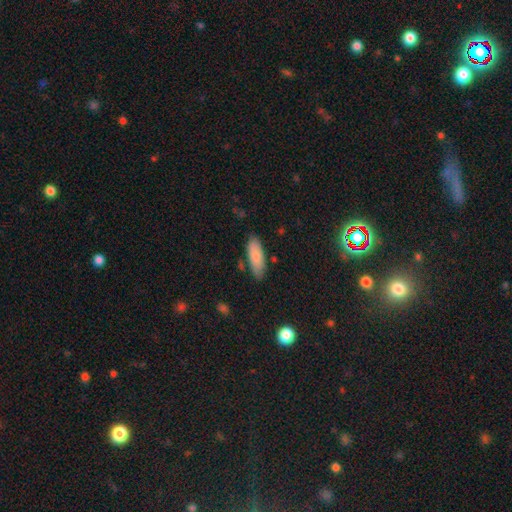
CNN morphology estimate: A smooth galaxy with no disk features (82%) that is in between round and cigar-shaped (70%).

Vote fractions:
- Smooth or featured? smooth: 82% / featured or disk: 11% / star or artifact: 6%
- How rounded? in between: 70% / cigar-shaped: 28% / round: 2%
- Merging? none: 79% / minor disturbance: 15% / merger: 3% / major disturbance: 3%